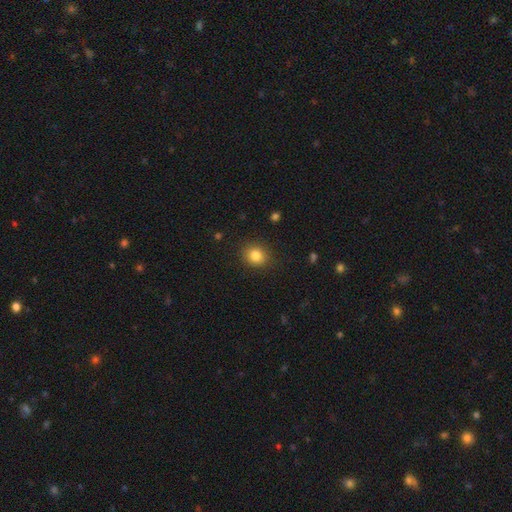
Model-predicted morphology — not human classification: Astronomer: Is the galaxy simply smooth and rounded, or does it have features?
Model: smooth — 83%.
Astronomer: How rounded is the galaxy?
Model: round — 72%.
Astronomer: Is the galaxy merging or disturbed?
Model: none — 88%.